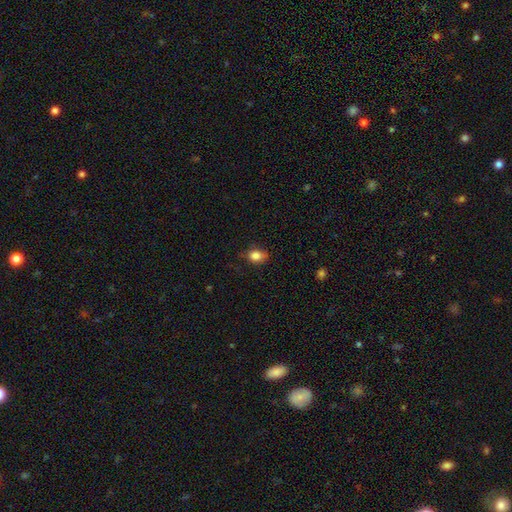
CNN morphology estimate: smooth 84%, star or artifact 10%, featured or disk 7%. Down the decision tree: how rounded — in between (67%); merging — none (70%).